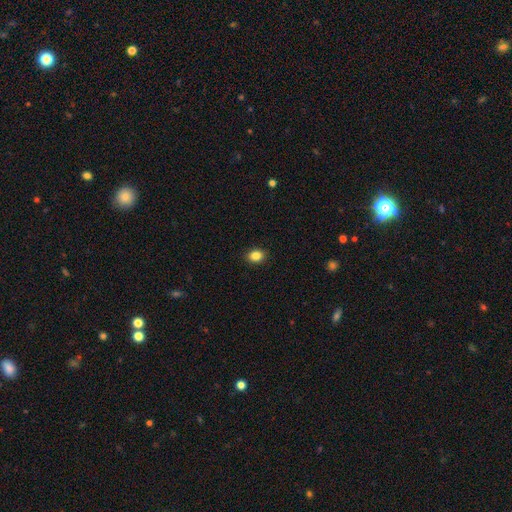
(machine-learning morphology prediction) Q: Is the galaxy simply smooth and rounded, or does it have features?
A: smooth — 85%.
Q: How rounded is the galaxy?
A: in between — 61%.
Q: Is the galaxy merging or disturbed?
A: none — 90%.